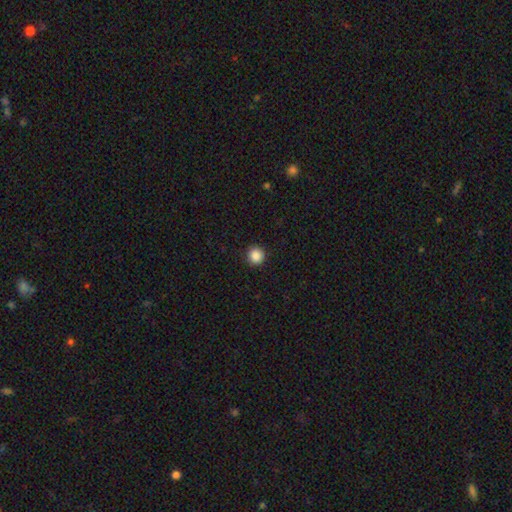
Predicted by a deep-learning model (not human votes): Smooth or featured? Predicted: smooth (p=0.87). How rounded? Predicted: round (p=0.95). Merging? Predicted: none (p=0.93).